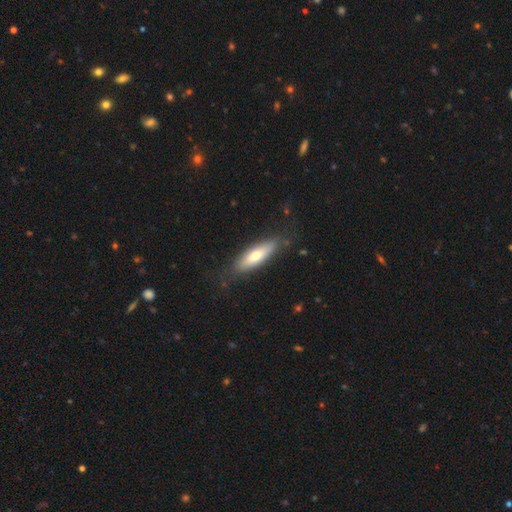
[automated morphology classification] smooth 62%, featured or disk 32%, star or artifact 6%. Down the decision tree: how rounded — cigar-shaped (50%); merging — none (80%).